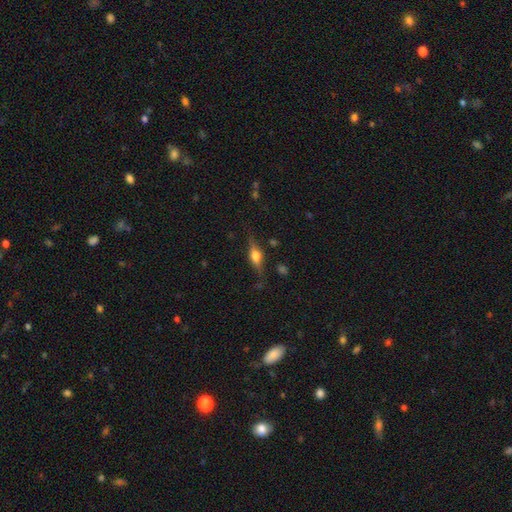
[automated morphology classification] Smooth or featured? featured or disk (61%)
Edge-on disk? yes (95%)
Edge-on bulge? rounded (92%)
Merging? none (80%)